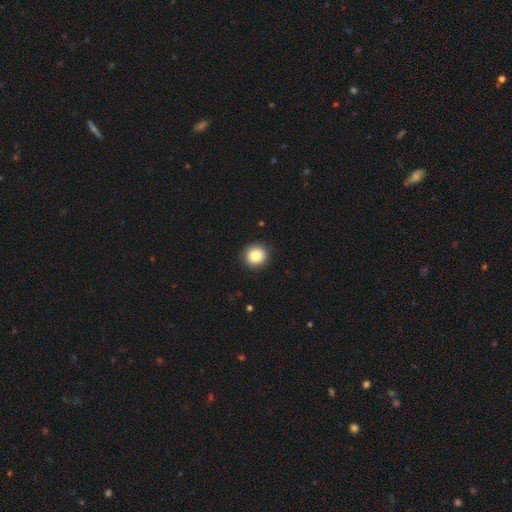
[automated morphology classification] Q: Smooth or featured?
A: smooth (84%); runner-up: star or artifact (9%)
Q: How rounded?
A: round (88%); runner-up: in between (11%)
Q: Merging?
A: none (91%); runner-up: minor disturbance (6%)